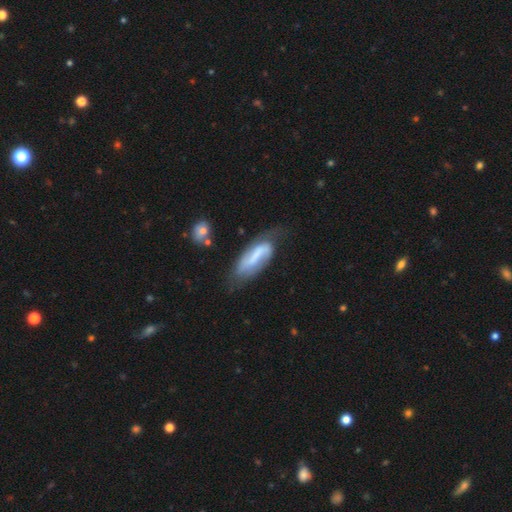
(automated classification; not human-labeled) A featured or disk galaxy (58%) with a strong bar (44%), spiral arms (80%) and no central bulge (42%). Merging: none (47%).